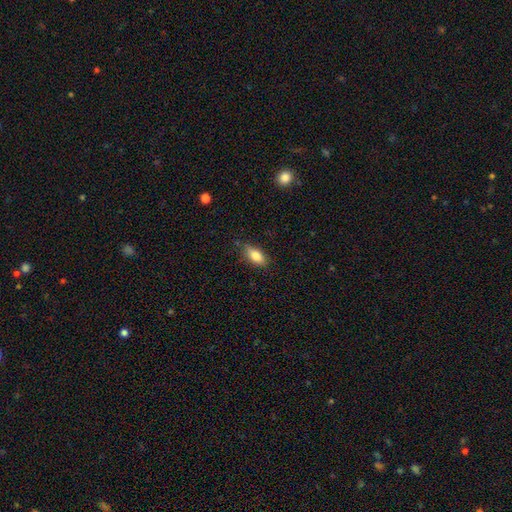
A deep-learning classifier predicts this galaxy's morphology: The model was most divided on "merging": none: 77%, minor disturbance: 18%, major disturbance: 3%, merger: 2%. More confident: how rounded — in between (83%); smooth or featured — smooth (79%).